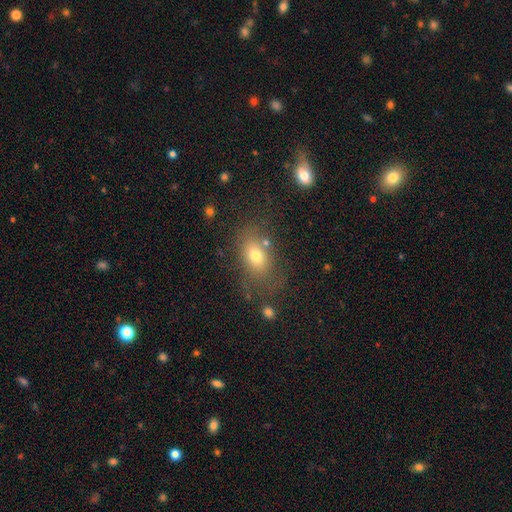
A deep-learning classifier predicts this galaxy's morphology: This is likely a smooth galaxy (70%). How rounded: likely in between (79%). Merging: likely none (65%).